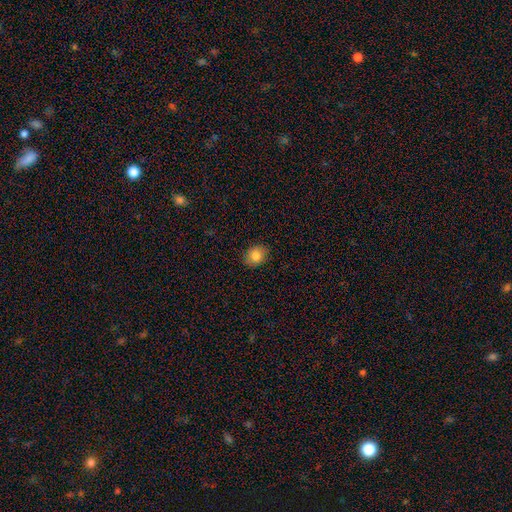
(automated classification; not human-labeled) The model was most divided on "how rounded": round: 52%, in between: 47%, cigar-shaped: 1%. More confident: merging — none (89%); smooth or featured — smooth (83%).